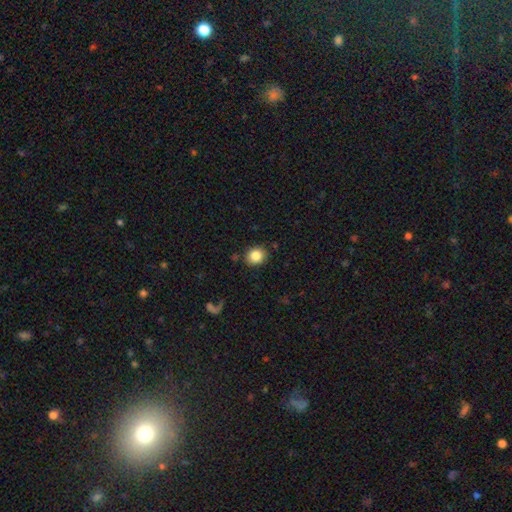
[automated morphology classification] Smooth or featured: smooth — 85% (star or artifact — 9%)
How rounded: round — 81% (in between — 18%)
Merging: none — 87% (minor disturbance — 8%)